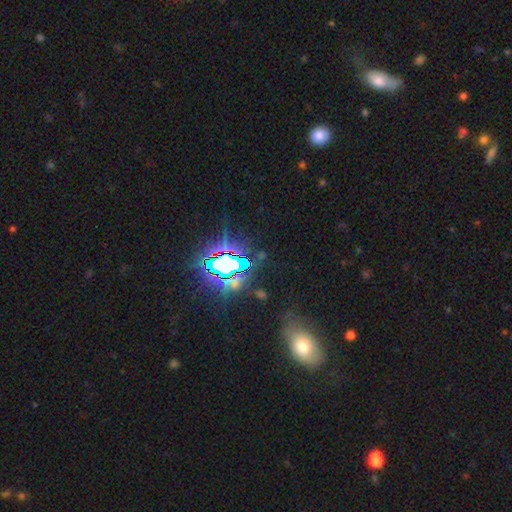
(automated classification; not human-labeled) Smooth or featured: star or artifact — 76% (smooth — 14%)